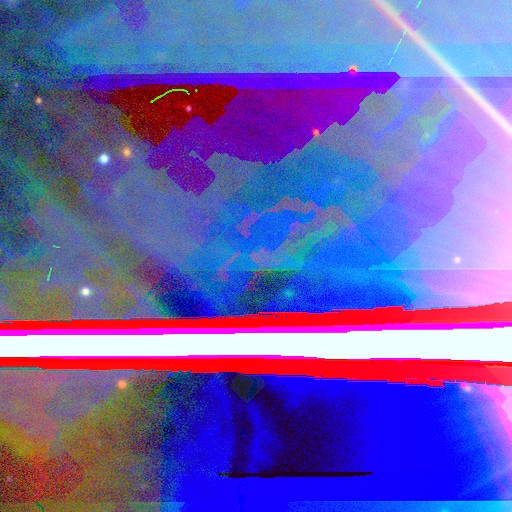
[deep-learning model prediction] Overall: star or artifact (74%).